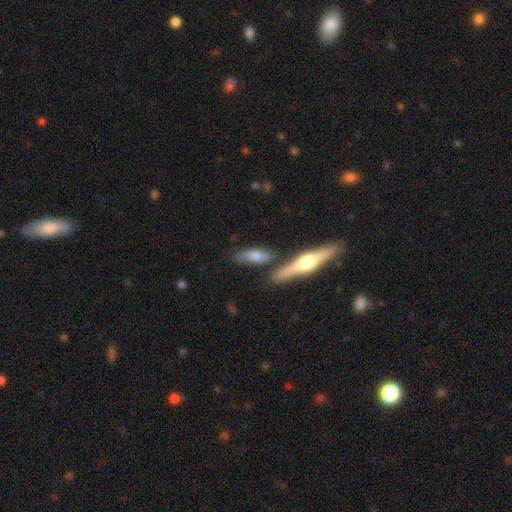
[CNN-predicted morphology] Overall: smooth (47%; featured or disk 45%). Merging: none (72%).